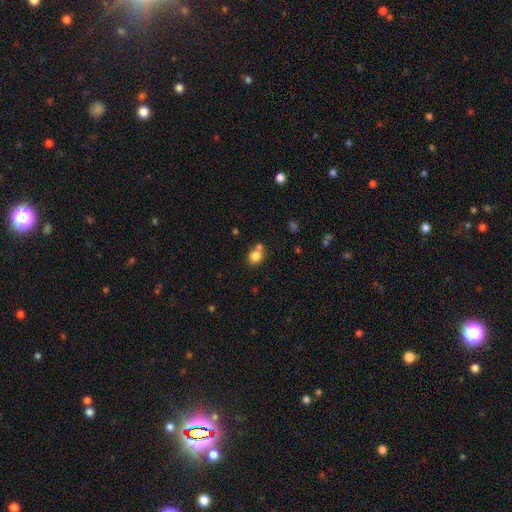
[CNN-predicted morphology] smooth 82%, star or artifact 11%, featured or disk 7%. Down the decision tree: how rounded — round (65%); merging — none (56%).